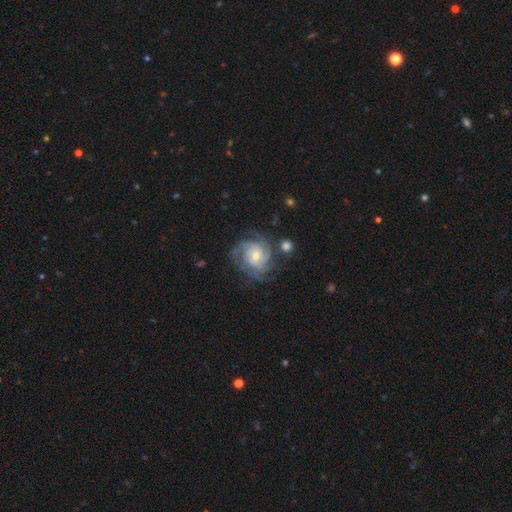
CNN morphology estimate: Smooth or featured?
  - featured or disk: 83% *
  - smooth: 11%
  - star or artifact: 6%
Edge-on disk?
  - no: 98% *
  - yes: 2%
Bar?
  - no: 60% *
  - weak: 34%
  - strong: 6%
Spiral arms?
  - yes: 96% *
  - no: 4%
Spiral winding?
  - tight: 57% *
  - medium: 34%
  - loose: 8%
Spiral arm count?
  - 4: 30% *
  - can't tell: 27%
  - 3: 21%
  - 2: 10%
  - more than 4: 7%
  - 1: 5%
Bulge size?
  - small: 54% *
  - moderate: 39%
  - large: 4%
  - none: 2%
  - dominant: 1%
Merging?
  - none: 68% *
  - minor disturbance: 17%
  - major disturbance: 11%
  - merger: 4%